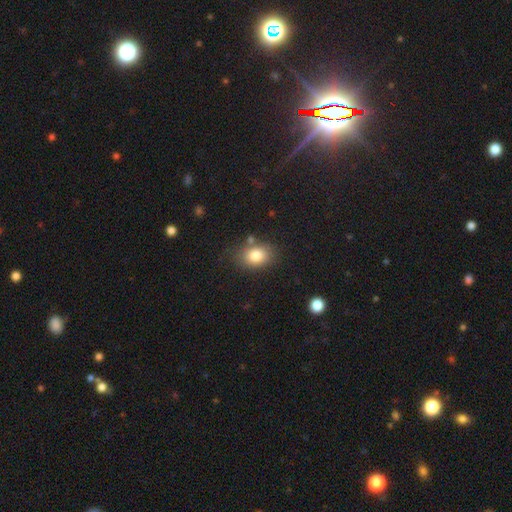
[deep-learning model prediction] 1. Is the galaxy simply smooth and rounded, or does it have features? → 82% smooth, 9% star or artifact, 9% featured or disk.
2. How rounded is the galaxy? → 71% in between, 28% round, 1% cigar-shaped.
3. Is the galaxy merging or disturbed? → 73% none, 16% minor disturbance, 7% merger, 4% major disturbance.